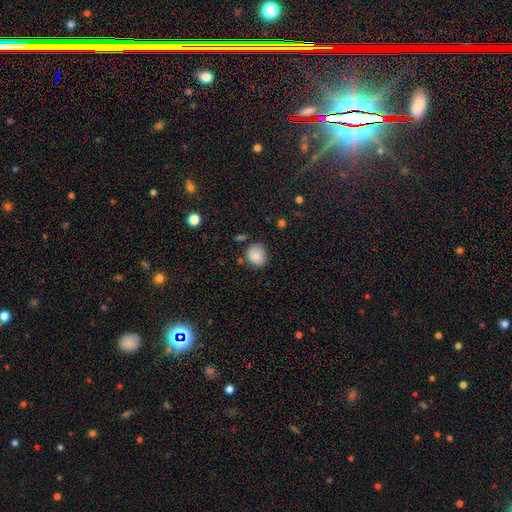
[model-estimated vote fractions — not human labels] A smooth galaxy with no disk features (85%) that is round (74%). Merging: none (70%).